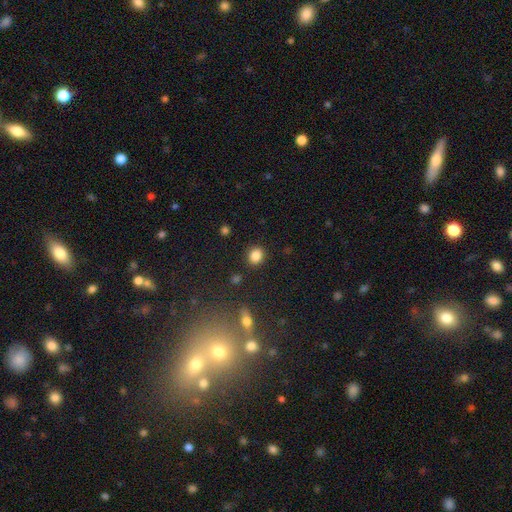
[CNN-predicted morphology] type=smooth (85%); roundness=round (67%); merging=none (87%).